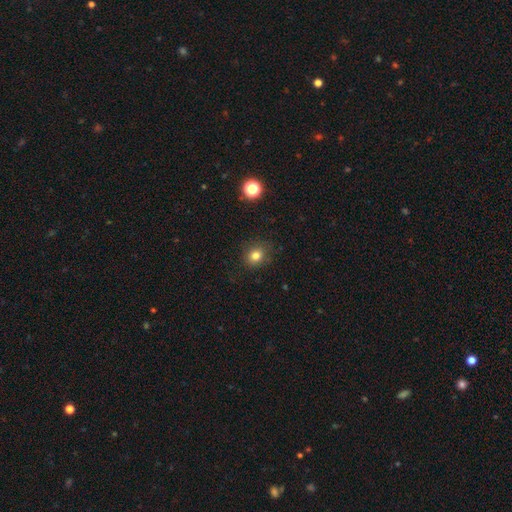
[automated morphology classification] smooth-or-featured: smooth: 80% | star or artifact: 14% | featured or disk: 7%
  how-rounded: round: 71% | in between: 28% | cigar-shaped: 1%
  merging: none: 84% | minor disturbance: 11% | major disturbance: 3% | merger: 1%